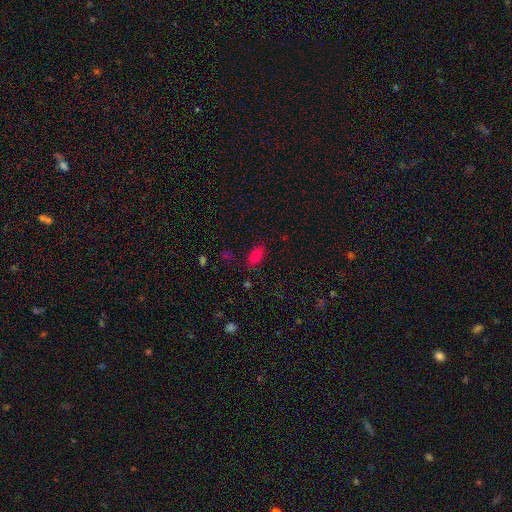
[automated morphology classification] Smooth or featured? smooth (79%)
How rounded? in between (90%)
Merging? none (77%)